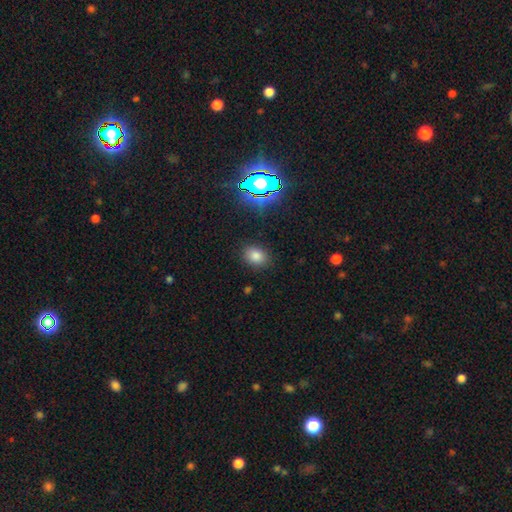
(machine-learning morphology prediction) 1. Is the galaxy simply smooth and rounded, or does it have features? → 77% smooth, 17% star or artifact, 7% featured or disk.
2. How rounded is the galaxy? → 59% in between, 40% round, 1% cigar-shaped.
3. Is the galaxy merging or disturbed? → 86% none, 10% minor disturbance, 3% major disturbance, 2% merger.